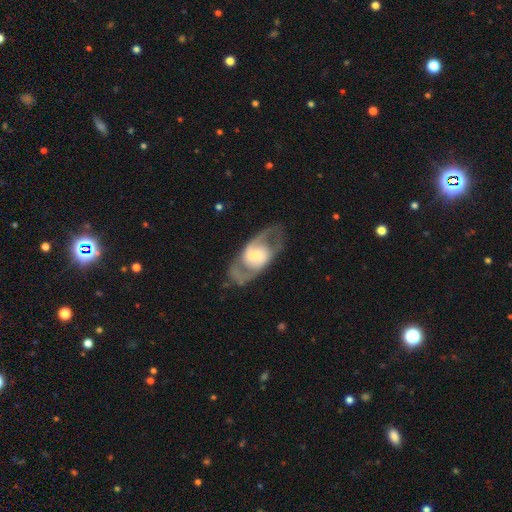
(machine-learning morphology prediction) A featured or disk galaxy (78%) with no bar (51%), 2 (86%) medium (52%) spiral arms (80%) and a moderate central bulge (42%). Merging: none (74%).